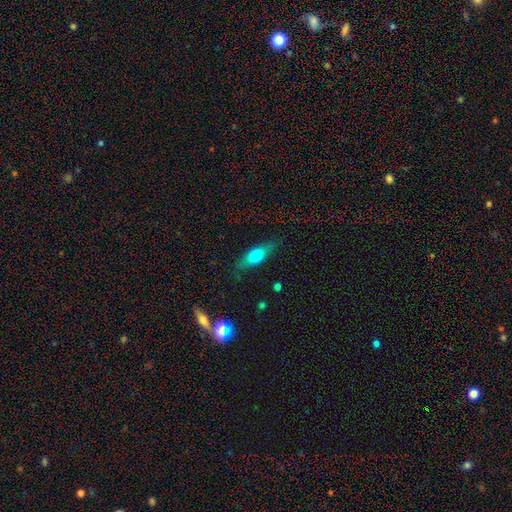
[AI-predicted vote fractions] Overall: smooth (63%; featured or disk 29%). How rounded: in between (59%; cigar-shaped 37%). Merging: none (82%).